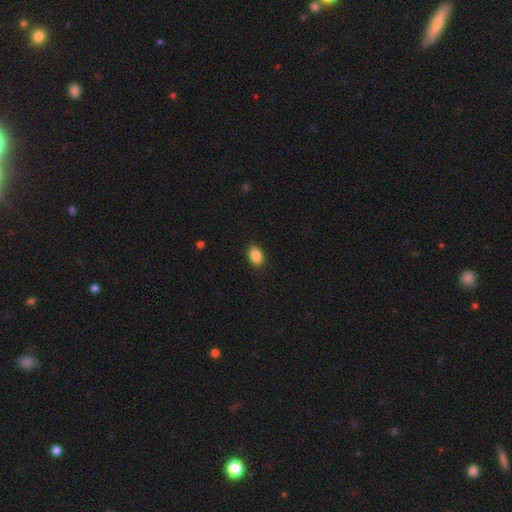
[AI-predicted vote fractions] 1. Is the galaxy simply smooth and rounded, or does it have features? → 88% smooth, 8% star or artifact, 4% featured or disk.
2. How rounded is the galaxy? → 89% in between, 9% round, 1% cigar-shaped.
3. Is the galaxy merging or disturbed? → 89% none, 8% minor disturbance, 2% major disturbance, 1% merger.